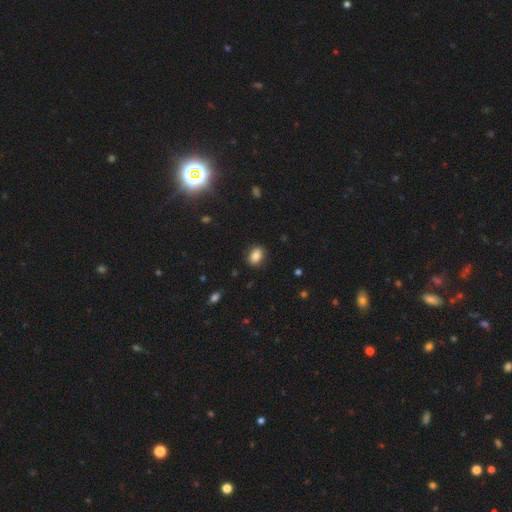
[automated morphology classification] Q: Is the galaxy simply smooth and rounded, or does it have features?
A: smooth — 86%.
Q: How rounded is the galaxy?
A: in between — 78%.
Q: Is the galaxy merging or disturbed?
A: none — 87%.